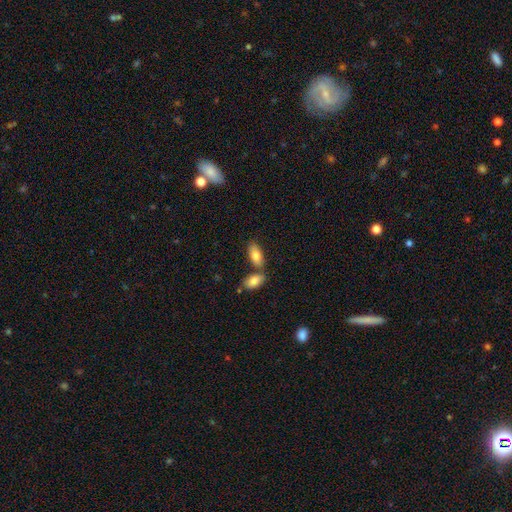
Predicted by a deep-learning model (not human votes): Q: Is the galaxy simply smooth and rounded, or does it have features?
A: smooth — 83%.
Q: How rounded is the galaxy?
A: in between — 90%.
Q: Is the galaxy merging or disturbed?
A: none — 58%.